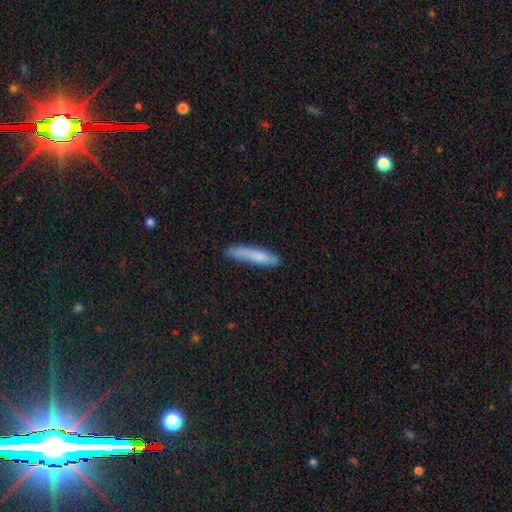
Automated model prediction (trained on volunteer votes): Morphology: type=smooth (77%); roundness=cigar-shaped (90%); merging=none (74%).